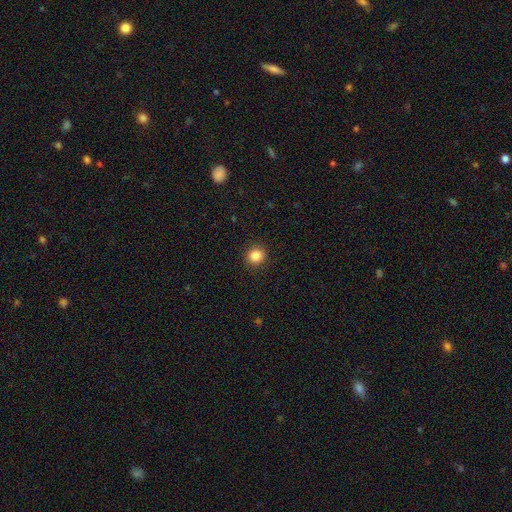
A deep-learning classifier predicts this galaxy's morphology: Smooth or featured: smooth — 86% (star or artifact — 11%)
How rounded: round — 91% (in between — 8%)
Merging: none — 92% (minor disturbance — 5%)